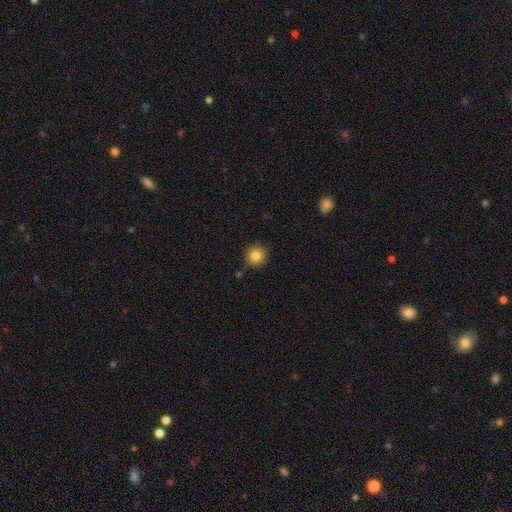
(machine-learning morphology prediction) Smooth or featured: smooth — 83% (star or artifact — 10%)
How rounded: round — 94% (in between — 5%)
Merging: none — 86% (minor disturbance — 9%)